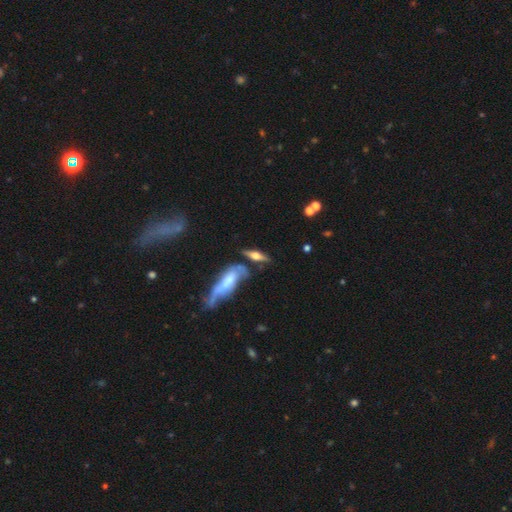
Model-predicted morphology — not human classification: A featured or disk galaxy (56%) viewed edge-on (90%) with a rounded central bulge (90%). Merging: none (62%).